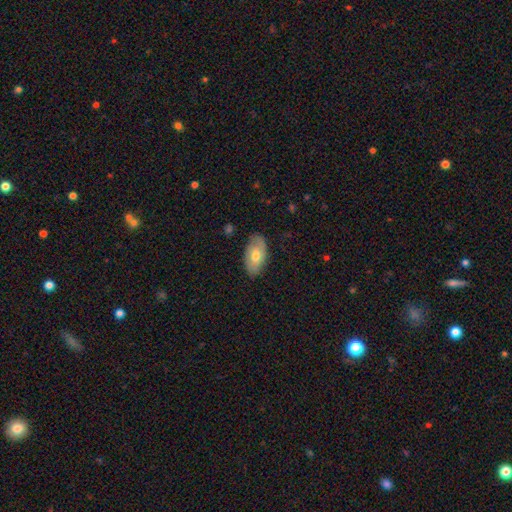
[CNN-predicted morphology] A smooth galaxy with no disk features (64%) that is in between round and cigar-shaped (94%).

Vote fractions:
- Smooth or featured? smooth: 64% / featured or disk: 30% / star or artifact: 6%
- How rounded? in between: 94% / round: 4% / cigar-shaped: 2%
- Merging? none: 81% / minor disturbance: 16% / major disturbance: 3% / merger: 1%